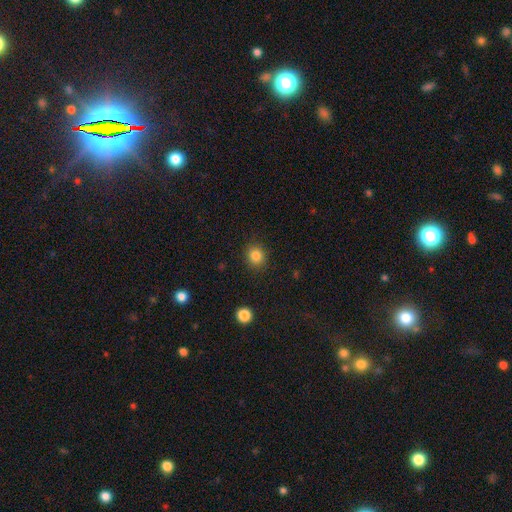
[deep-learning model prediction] Smooth or featured? Predicted: smooth (p=0.85). How rounded? Predicted: round (p=0.79). Merging? Predicted: none (p=0.89).